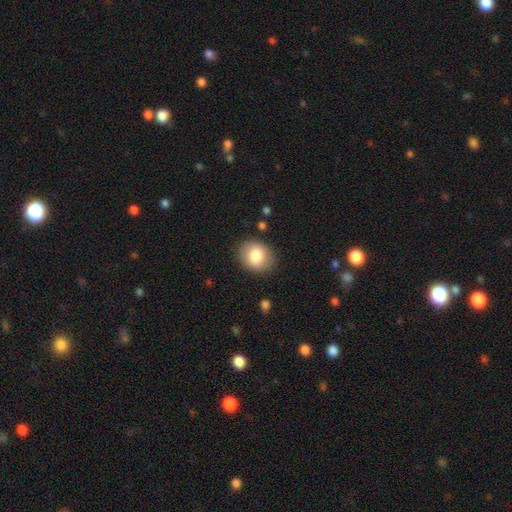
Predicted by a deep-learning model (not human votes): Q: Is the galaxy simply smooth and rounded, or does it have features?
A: smooth — 82%.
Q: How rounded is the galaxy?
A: round — 54%.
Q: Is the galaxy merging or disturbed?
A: none — 84%.